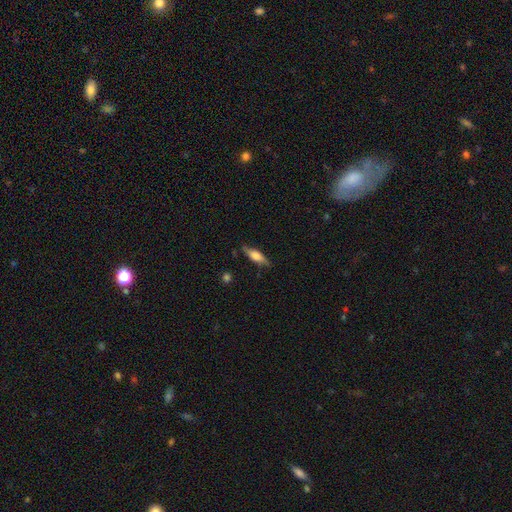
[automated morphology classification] Smooth or featured: smooth — 57% (featured or disk — 37%)
How rounded: cigar-shaped — 50% (in between — 47%)
Merging: none — 79% (minor disturbance — 16%)